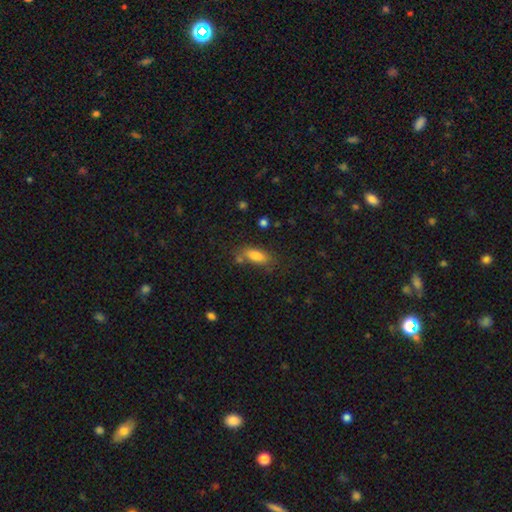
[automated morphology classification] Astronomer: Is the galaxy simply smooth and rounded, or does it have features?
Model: smooth — 81%.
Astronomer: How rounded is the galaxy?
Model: in between — 77%.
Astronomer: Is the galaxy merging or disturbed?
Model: none — 65%.